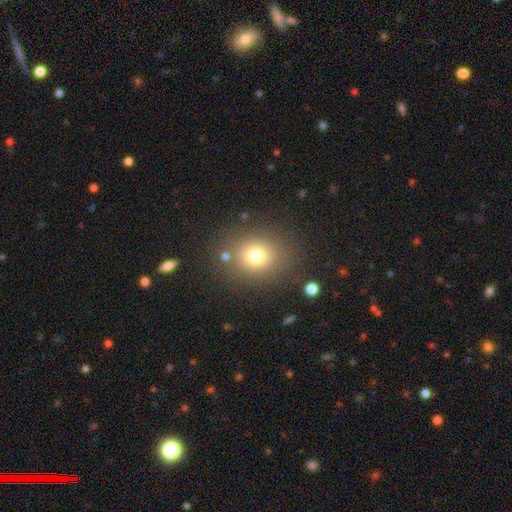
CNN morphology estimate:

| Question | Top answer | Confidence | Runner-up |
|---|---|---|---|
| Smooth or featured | smooth | 73% | star or artifact (16%) |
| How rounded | round | 66% | in between (33%) |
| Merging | none | 81% | minor disturbance (10%) |